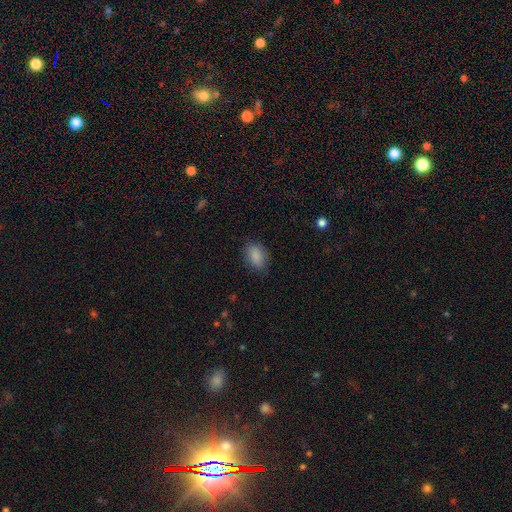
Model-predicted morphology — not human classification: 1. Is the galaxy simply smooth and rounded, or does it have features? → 88% smooth, 8% star or artifact, 5% featured or disk.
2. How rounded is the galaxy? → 82% in between, 16% round, 2% cigar-shaped.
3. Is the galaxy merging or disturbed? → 81% none, 14% minor disturbance, 4% major disturbance, 1% merger.